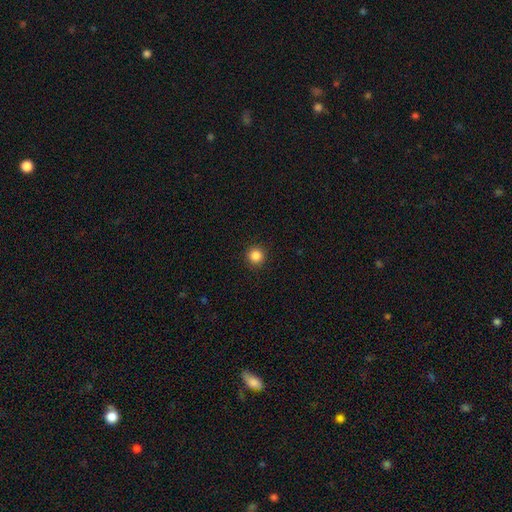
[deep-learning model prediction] A smooth galaxy with no disk features (86%) that is round (95%).

Vote fractions:
- Smooth or featured? smooth: 86% / star or artifact: 11% / featured or disk: 3%
- How rounded? round: 95% / in between: 4% / cigar-shaped: 1%
- Merging? none: 92% / minor disturbance: 5% / major disturbance: 2% / merger: 1%